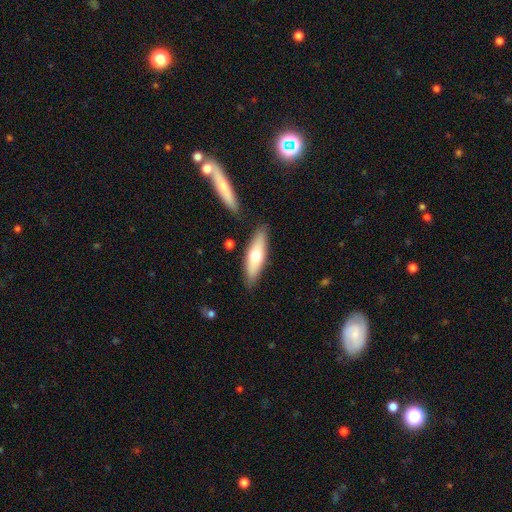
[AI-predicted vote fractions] Smooth or featured? smooth (60%)
How rounded? cigar-shaped (53%)
Merging? none (84%)